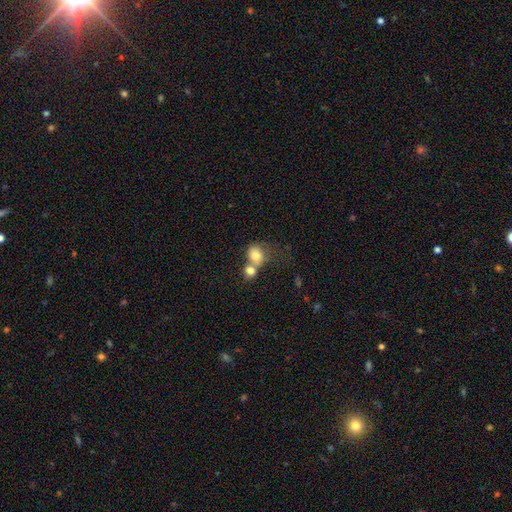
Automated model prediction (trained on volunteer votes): Overall: smooth (77%). How rounded: round (61%; in between 38%). Merging: merger (63%; none 23%).